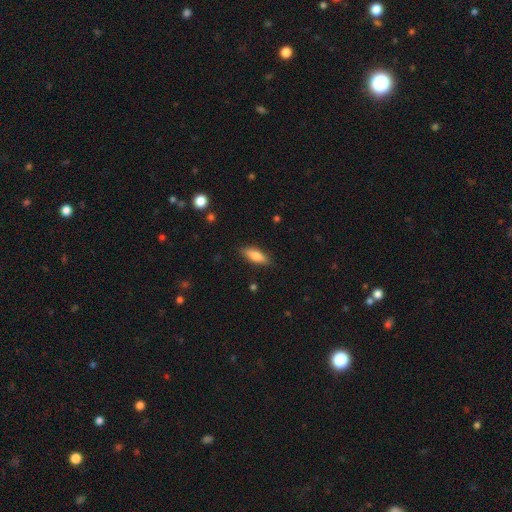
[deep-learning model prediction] smooth_or_featured: smooth (p=0.76) [alt: featured or disk p=0.18]
how_rounded: in between (p=0.58) [alt: cigar-shaped p=0.40]
merging: none (p=0.86) [alt: minor disturbance p=0.11]